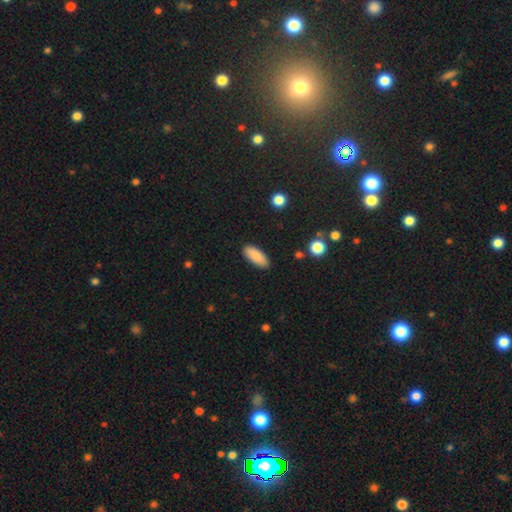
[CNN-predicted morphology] smooth-or-featured: smooth: 89% | star or artifact: 6% | featured or disk: 4%
  how-rounded: in between: 79% | cigar-shaped: 19% | round: 2%
  merging: none: 88% | minor disturbance: 9% | major disturbance: 2% | merger: 1%